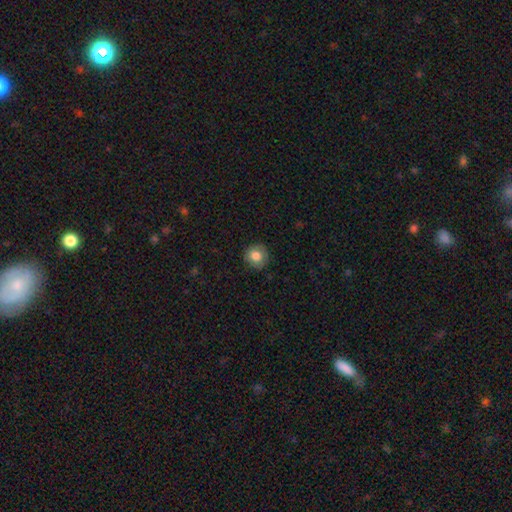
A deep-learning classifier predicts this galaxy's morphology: Smooth or featured: smooth — 80% (featured or disk — 11%)
How rounded: round — 91% (in between — 8%)
Merging: none — 86% (minor disturbance — 11%)